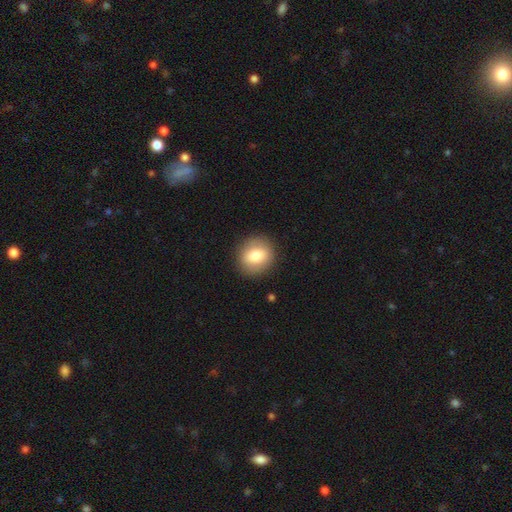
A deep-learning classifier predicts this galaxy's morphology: Smooth or featured? smooth (78%)
How rounded? round (73%)
Merging? none (89%)